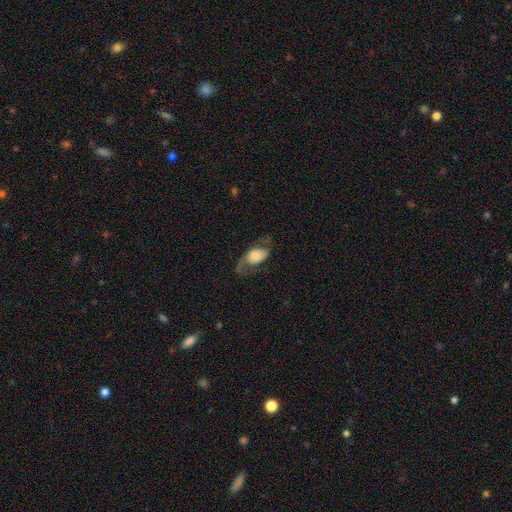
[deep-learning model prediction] Overall: featured or disk (49%; smooth 43%). Merging: none (51%; major disturbance 25%).